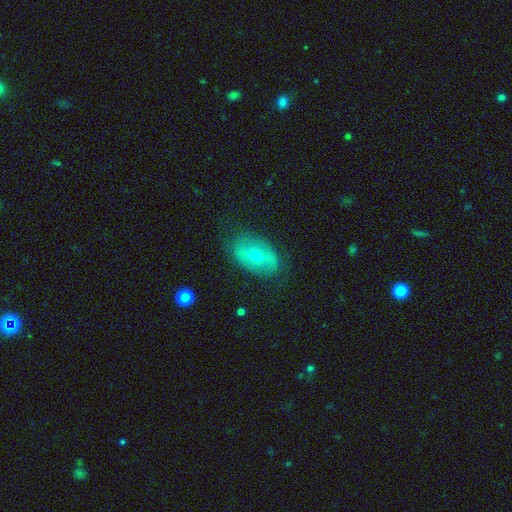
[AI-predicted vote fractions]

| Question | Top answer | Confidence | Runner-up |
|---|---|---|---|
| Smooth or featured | featured or disk | 46% | smooth (44%) |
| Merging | none | 73% | minor disturbance (18%) |